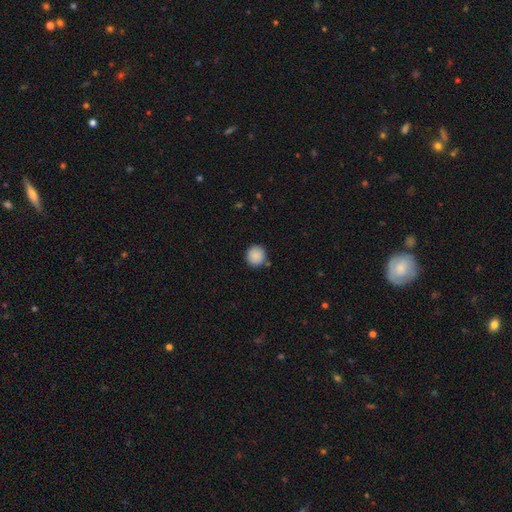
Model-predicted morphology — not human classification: A smooth galaxy with no disk features (89%) that is round (92%).

Vote fractions:
- Smooth or featured? smooth: 89% / star or artifact: 8% / featured or disk: 3%
- How rounded? round: 92% / in between: 7% / cigar-shaped: 1%
- Merging? none: 85% / minor disturbance: 9% / merger: 3% / major disturbance: 2%